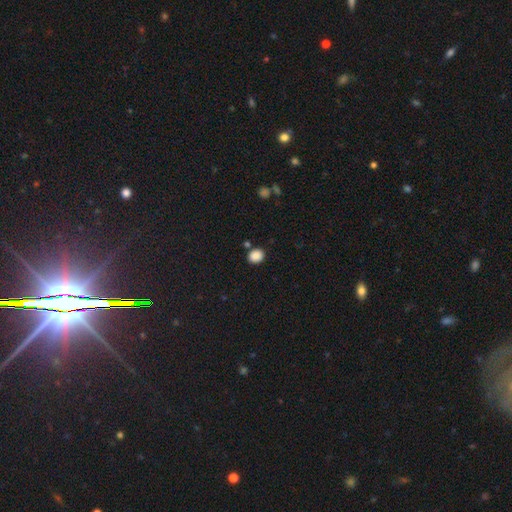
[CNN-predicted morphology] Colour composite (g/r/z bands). It shows a smooth galaxy with no disk features (88%) that is round (61%). Merging: none (81%).